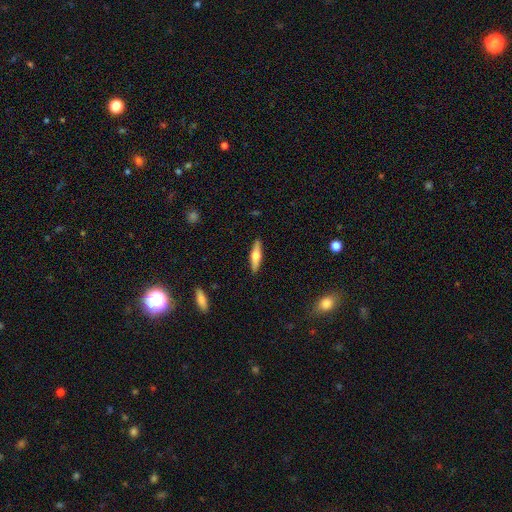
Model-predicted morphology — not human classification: Smooth or featured? Predicted: featured or disk (p=0.55). Edge-on disk? Predicted: yes (p=0.94). Edge-on bulge? Predicted: rounded (p=0.94). Merging? Predicted: none (p=0.91).